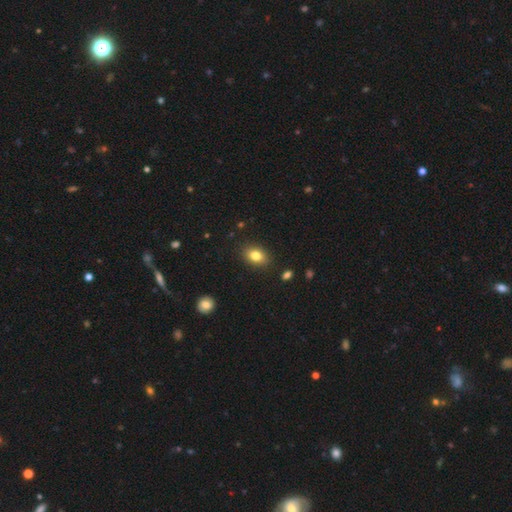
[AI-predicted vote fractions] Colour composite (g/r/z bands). It shows a smooth galaxy with no disk features (81%) that is in between round and cigar-shaped (78%). Merging: none (87%).